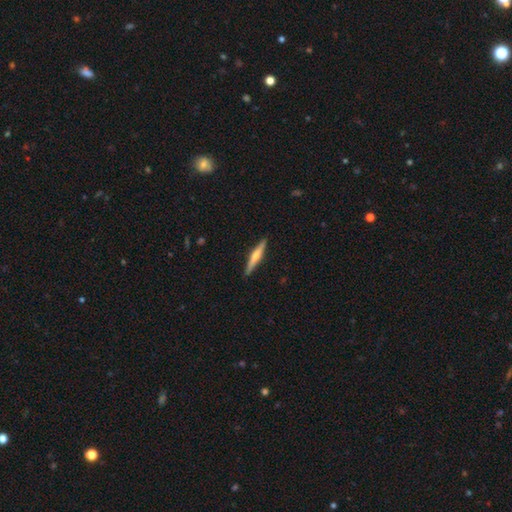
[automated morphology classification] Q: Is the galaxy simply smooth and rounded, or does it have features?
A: featured or disk — 63%.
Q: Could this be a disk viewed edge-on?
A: yes — 98%.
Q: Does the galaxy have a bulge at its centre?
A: rounded — 87%.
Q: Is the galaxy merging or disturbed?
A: none — 91%.